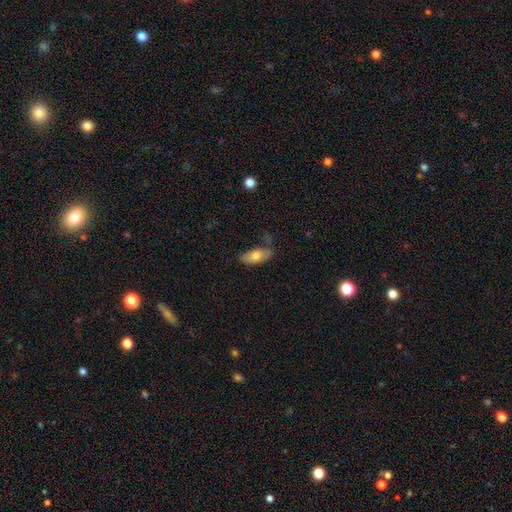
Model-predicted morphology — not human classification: This appears to be a smooth galaxy with no disk features (73%) that is in between round and cigar-shaped (84%). Merging: none (64%).